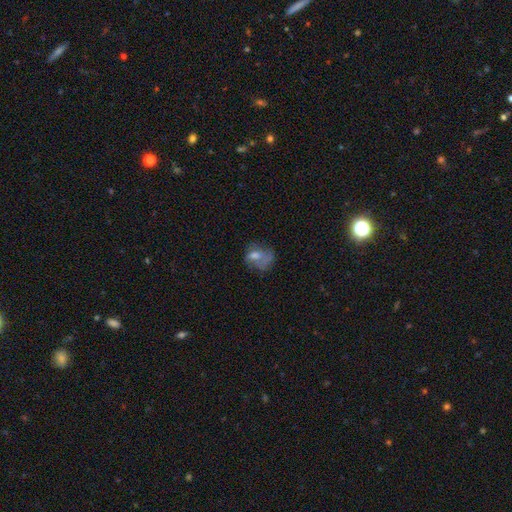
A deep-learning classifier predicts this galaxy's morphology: A smooth galaxy with no disk features (43%).

Vote fractions:
- Smooth or featured? smooth: 43% / featured or disk: 38% / star or artifact: 19%
- Merging? none: 41% / major disturbance: 30% / minor disturbance: 24% / merger: 6%